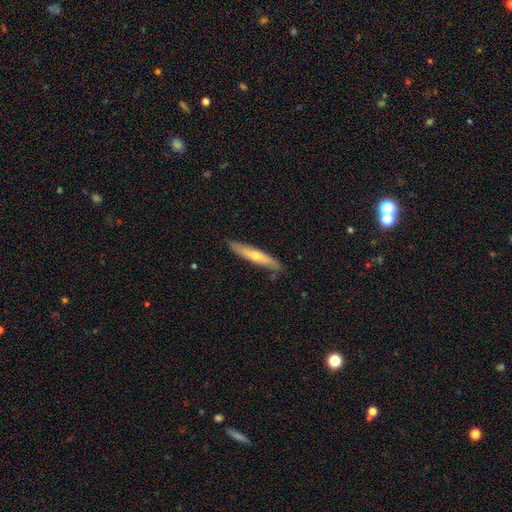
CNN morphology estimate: Q: Smooth or featured?
A: smooth (48%); runner-up: featured or disk (47%)
Q: Merging?
A: none (83%); runner-up: minor disturbance (14%)